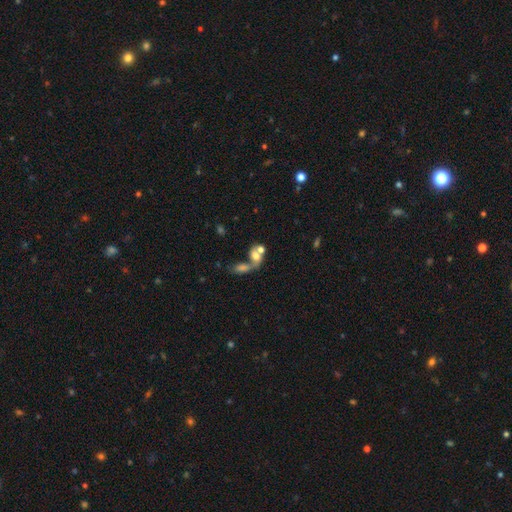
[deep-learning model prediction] Overall: smooth (59%; featured or disk 28%). How rounded: in between (64%; round 31%). Merging: merger (67%).